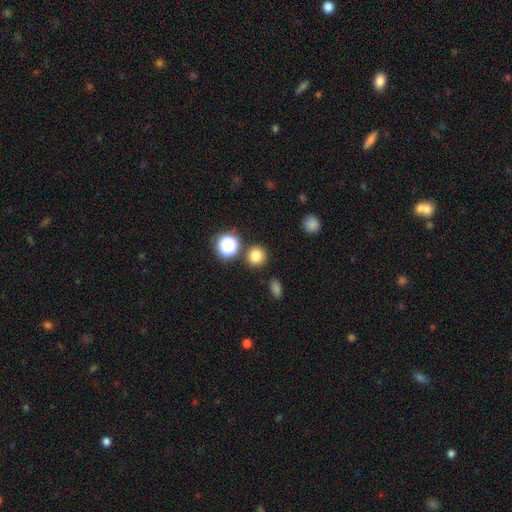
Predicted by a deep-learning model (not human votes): Q: Smooth or featured?
A: smooth (78%); runner-up: star or artifact (16%)
Q: How rounded?
A: round (90%); runner-up: in between (9%)
Q: Merging?
A: none (85%); runner-up: minor disturbance (7%)